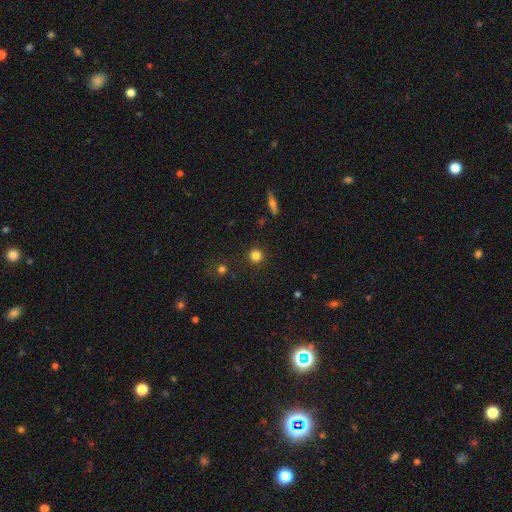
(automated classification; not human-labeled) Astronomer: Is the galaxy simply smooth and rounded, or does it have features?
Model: smooth — 81%.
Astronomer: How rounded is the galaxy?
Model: round — 94%.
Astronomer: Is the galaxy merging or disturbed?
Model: none — 90%.